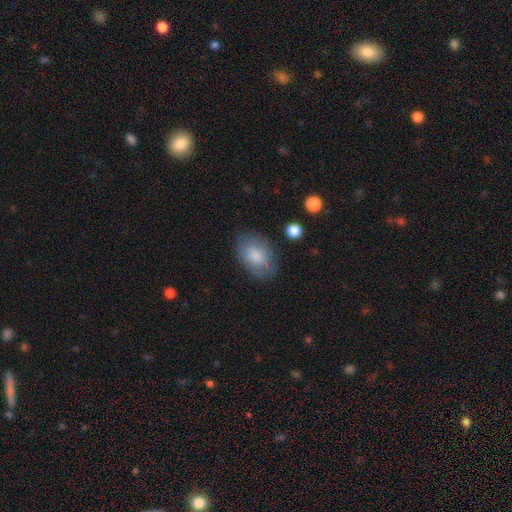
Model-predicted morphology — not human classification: Smooth or featured?
  - smooth: 76% *
  - featured or disk: 17%
  - star or artifact: 7%
How rounded?
  - in between: 85% *
  - round: 14%
  - cigar-shaped: 1%
Merging?
  - none: 70% *
  - minor disturbance: 21%
  - major disturbance: 8%
  - merger: 2%